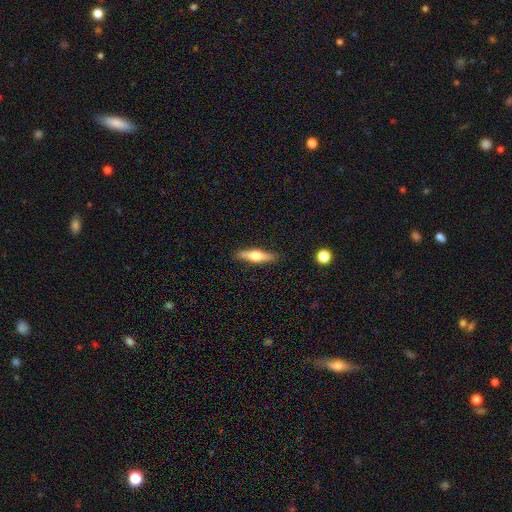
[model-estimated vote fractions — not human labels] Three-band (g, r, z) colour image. It shows a featured or disk galaxy (55%) viewed edge-on (94%) with a rounded central bulge (93%). Merging: none (88%).